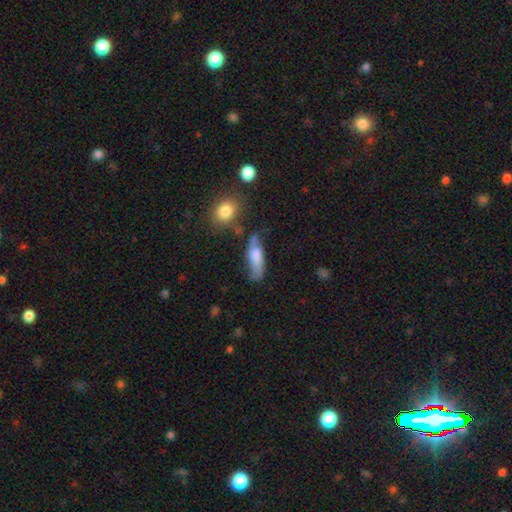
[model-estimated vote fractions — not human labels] smooth_or_featured: smooth (p=0.65) [alt: featured or disk p=0.26]
how_rounded: in between (p=0.58) [alt: cigar-shaped p=0.38]
merging: none (p=0.39) [alt: minor disturbance p=0.29]